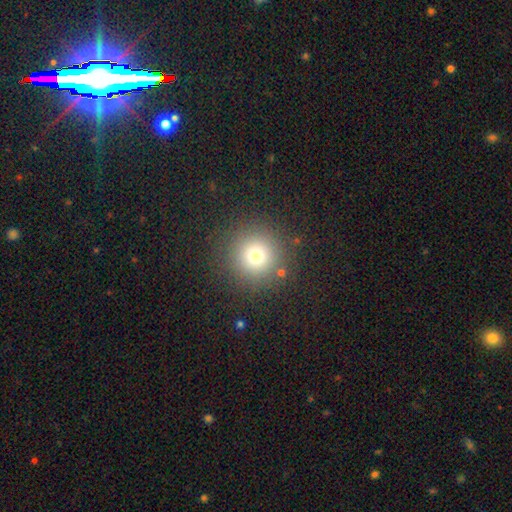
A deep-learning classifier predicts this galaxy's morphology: smooth 72%, star or artifact 18%, featured or disk 10%. Down the decision tree: how rounded — round (95%); merging — none (88%).